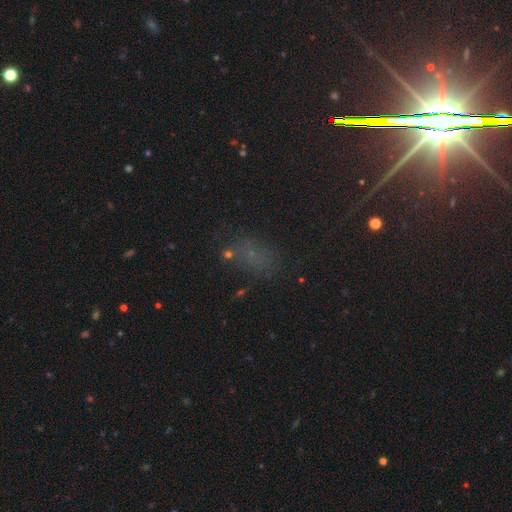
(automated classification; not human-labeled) Smooth or featured?
  - smooth: 44% *
  - star or artifact: 42%
  - featured or disk: 14%
Merging?
  - none: 65% *
  - minor disturbance: 17%
  - major disturbance: 11%
  - merger: 7%